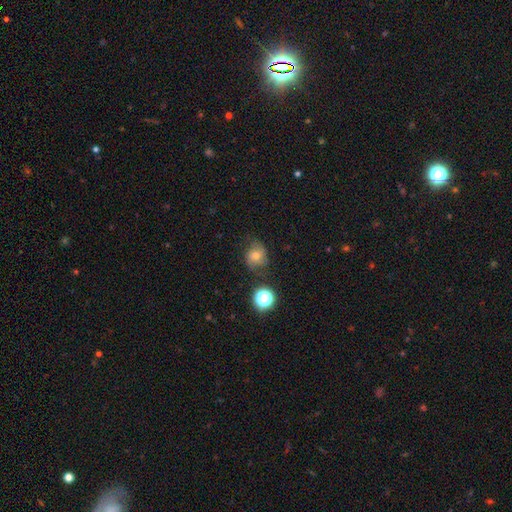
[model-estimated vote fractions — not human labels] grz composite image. It shows a smooth galaxy with no disk features (51%) that is round (69%). Merging: none (62%).